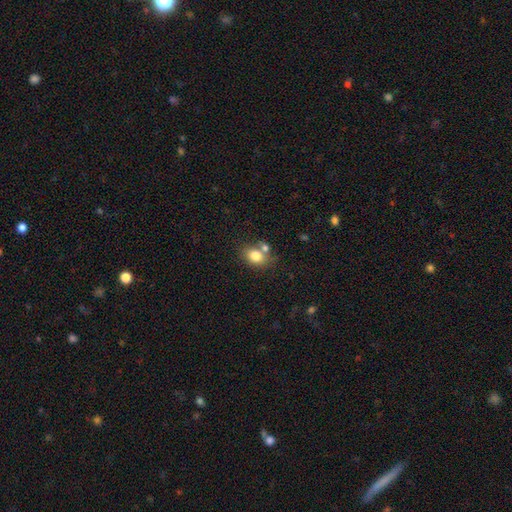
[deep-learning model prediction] Smooth or featured?
  - smooth: 79% *
  - featured or disk: 11%
  - star or artifact: 10%
How rounded?
  - in between: 56% *
  - round: 43%
  - cigar-shaped: 1%
Merging?
  - none: 56% *
  - merger: 26%
  - minor disturbance: 13%
  - major disturbance: 4%